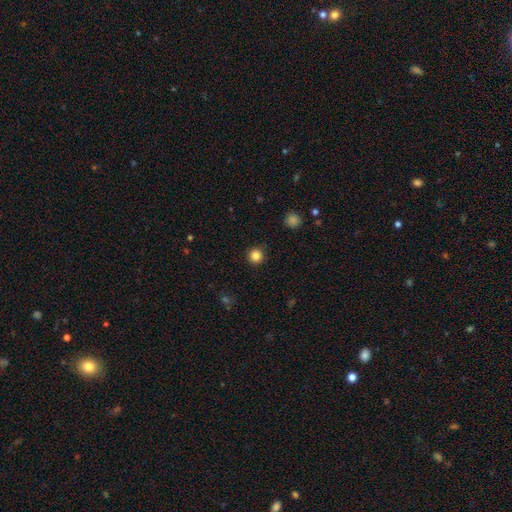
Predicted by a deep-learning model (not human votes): Smooth or featured? Predicted: smooth (p=0.85). How rounded? Predicted: round (p=0.95). Merging? Predicted: none (p=0.92).